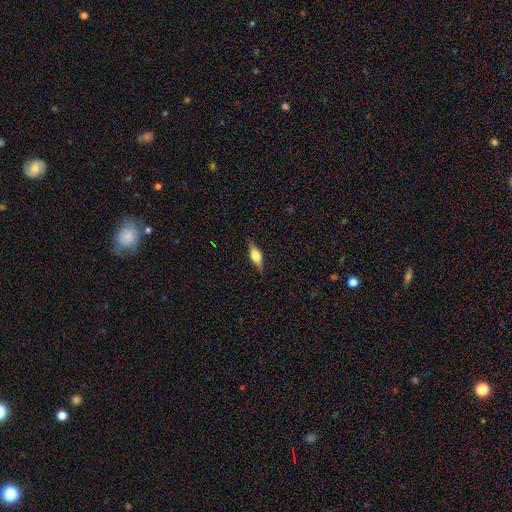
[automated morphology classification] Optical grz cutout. It shows a featured or disk galaxy (49%). Merging: none (83%).